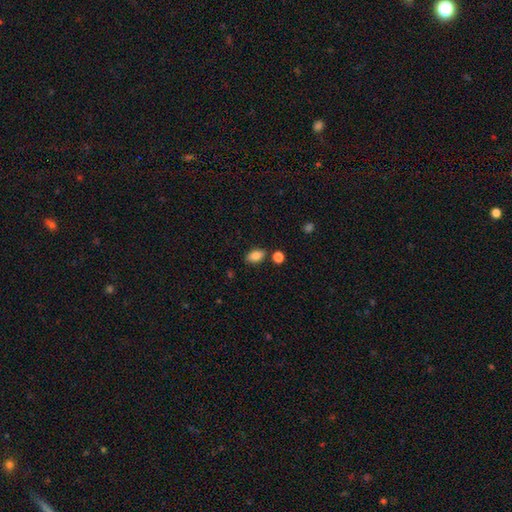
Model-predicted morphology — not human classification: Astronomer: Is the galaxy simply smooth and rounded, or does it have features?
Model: smooth — 85%.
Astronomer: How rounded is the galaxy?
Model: in between — 89%.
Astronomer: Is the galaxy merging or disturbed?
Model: none — 80%.